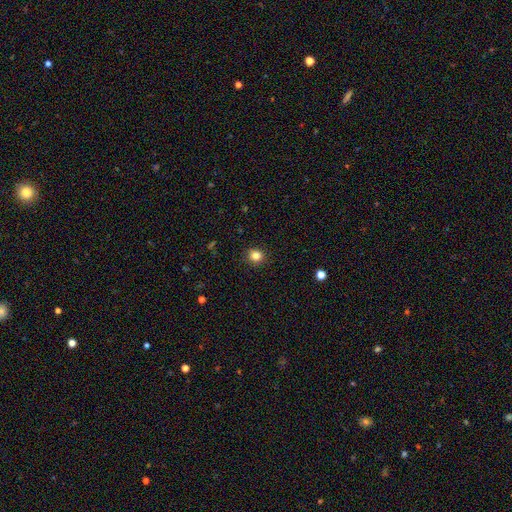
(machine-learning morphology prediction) Q: Smooth or featured?
A: smooth (84%); runner-up: star or artifact (12%)
Q: How rounded?
A: round (81%); runner-up: in between (19%)
Q: Merging?
A: none (90%); runner-up: minor disturbance (7%)